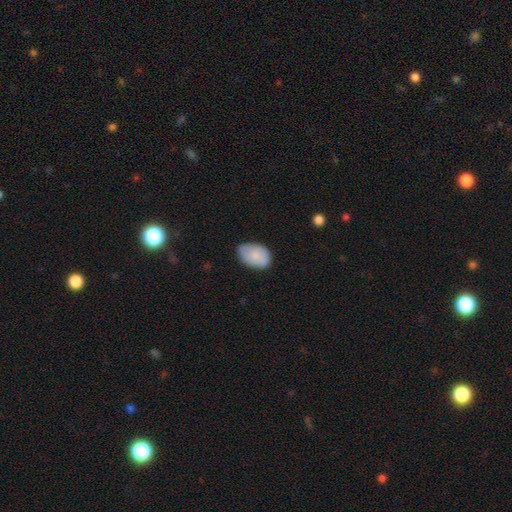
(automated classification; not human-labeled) A smooth galaxy with no disk features (84%) that is in between round and cigar-shaped (88%). Merging: none (71%).